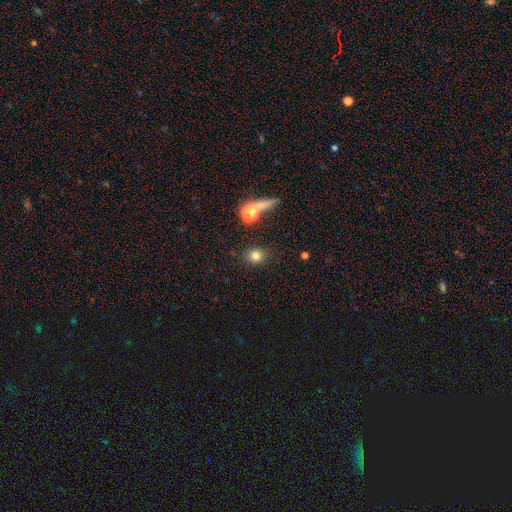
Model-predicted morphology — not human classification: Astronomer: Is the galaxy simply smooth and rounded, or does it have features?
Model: smooth — 78%.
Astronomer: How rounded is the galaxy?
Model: round — 70%.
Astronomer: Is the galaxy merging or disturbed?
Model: none — 81%.